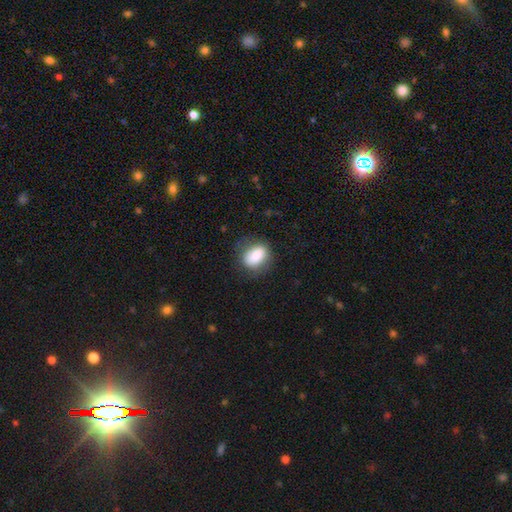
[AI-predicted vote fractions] smooth 83%, featured or disk 10%, star or artifact 7%. Down the decision tree: how rounded — in between (76%); merging — none (72%).